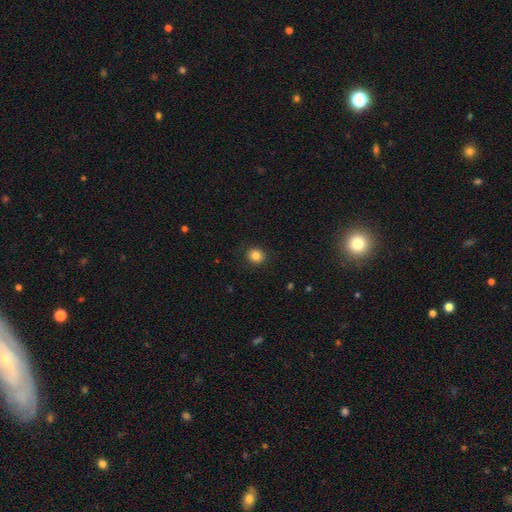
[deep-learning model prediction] This appears to be a smooth galaxy with no disk features (84%) that is round (88%). Merging: none (90%).